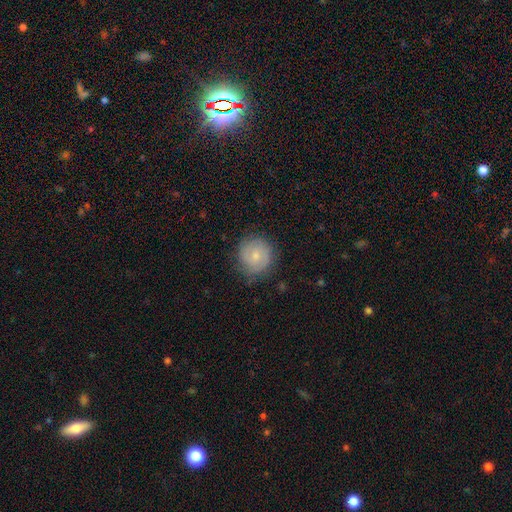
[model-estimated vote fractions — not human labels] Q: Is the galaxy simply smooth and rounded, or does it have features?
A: smooth — 49%.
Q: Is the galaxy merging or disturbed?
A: none — 80%.